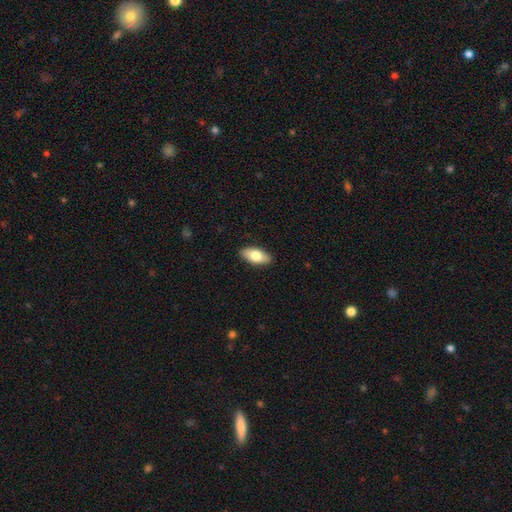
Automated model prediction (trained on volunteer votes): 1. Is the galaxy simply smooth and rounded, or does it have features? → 76% smooth, 18% featured or disk, 6% star or artifact.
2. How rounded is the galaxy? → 89% in between, 8% cigar-shaped, 3% round.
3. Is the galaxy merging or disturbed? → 89% none, 9% minor disturbance, 2% major disturbance, 1% merger.